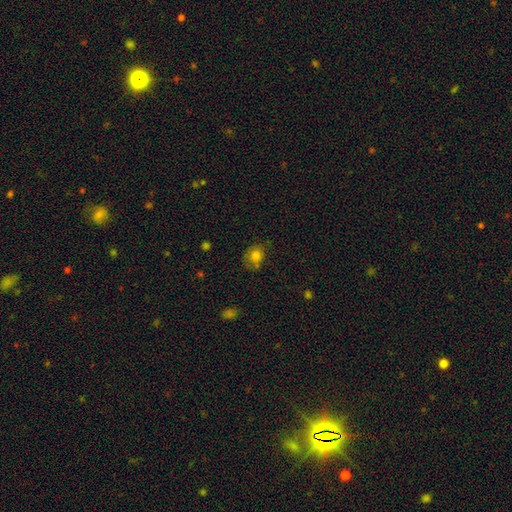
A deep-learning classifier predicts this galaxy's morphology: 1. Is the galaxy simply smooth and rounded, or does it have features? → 76% smooth, 12% featured or disk, 11% star or artifact.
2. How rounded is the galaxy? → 54% round, 45% in between, 1% cigar-shaped.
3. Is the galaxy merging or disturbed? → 59% none, 27% minor disturbance, 8% major disturbance, 6% merger.